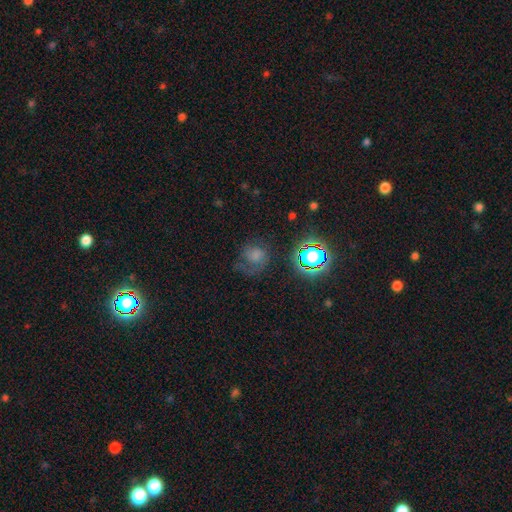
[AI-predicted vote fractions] The model was most divided on "smooth or featured": smooth: 48%, featured or disk: 30%, star or artifact: 21%. Remaining: merging — none (50%).